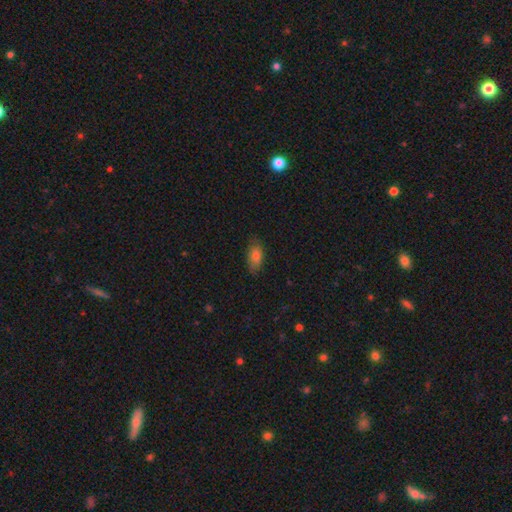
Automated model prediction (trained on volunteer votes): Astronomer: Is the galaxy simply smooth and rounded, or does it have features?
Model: smooth — 79%.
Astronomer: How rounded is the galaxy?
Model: in between — 89%.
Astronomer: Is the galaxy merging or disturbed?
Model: none — 75%.